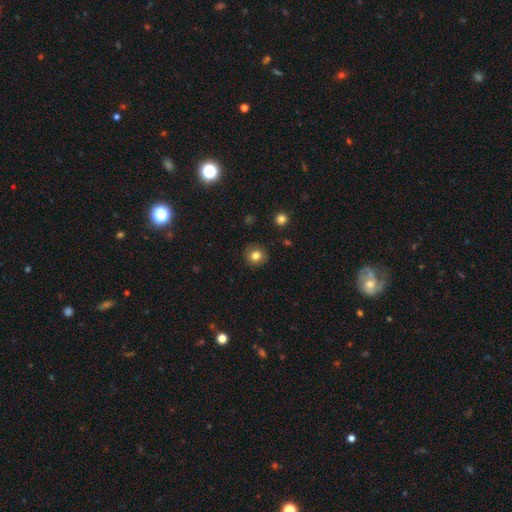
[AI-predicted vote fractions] Smooth or featured? smooth (80%)
How rounded? round (89%)
Merging? none (87%)